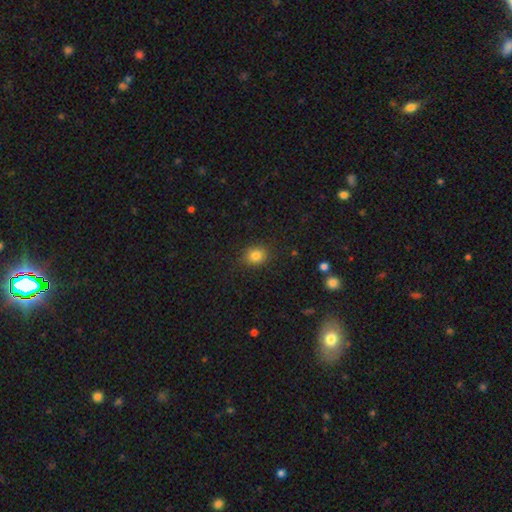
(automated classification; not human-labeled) The model was most divided on "how rounded": round: 60%, in between: 39%, cigar-shaped: 1%. More confident: merging — none (86%); smooth or featured — smooth (83%).